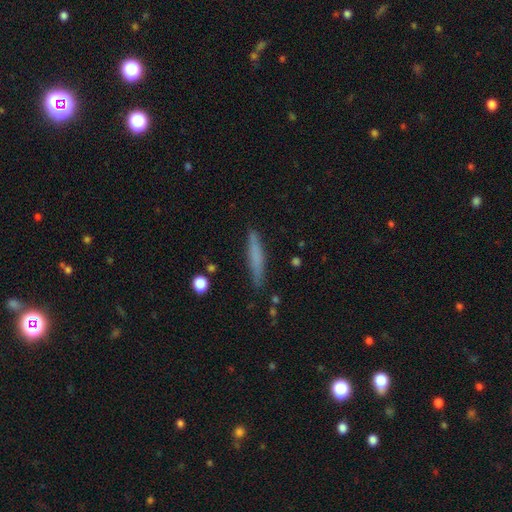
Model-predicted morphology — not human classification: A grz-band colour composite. It shows a smooth galaxy with no disk features (69%) that is cigar-shaped (92%). Merging: none (84%).